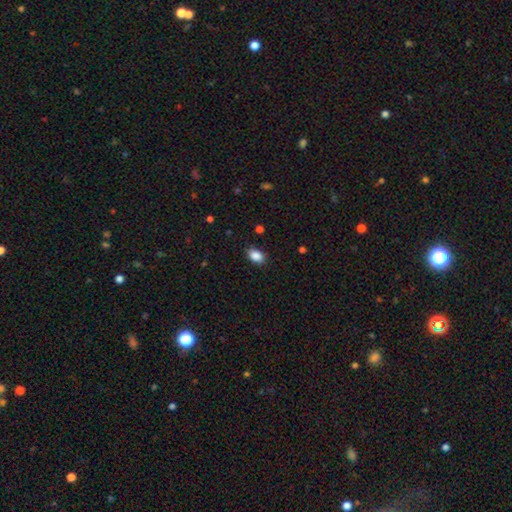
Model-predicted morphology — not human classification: A smooth galaxy with no disk features (88%) that is in between round and cigar-shaped (85%). Merging: none (85%).